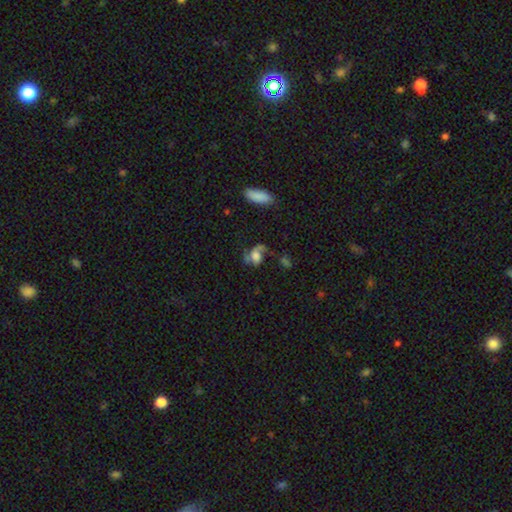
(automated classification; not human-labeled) Smooth or featured? Predicted: featured or disk (p=0.53). Edge-on disk? Predicted: no (p=0.95). Bar? Predicted: no (p=0.66). Spiral arms? Predicted: yes (p=0.80). Bulge size? Predicted: large (p=0.38). Merging? Predicted: none (p=0.39).